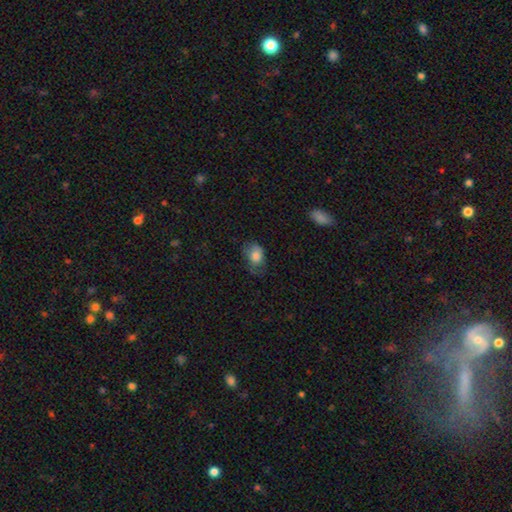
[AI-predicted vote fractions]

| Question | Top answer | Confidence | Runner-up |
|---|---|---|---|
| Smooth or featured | smooth | 80% | featured or disk (11%) |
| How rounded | in between | 76% | round (23%) |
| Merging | none | 49% | minor disturbance (33%) |